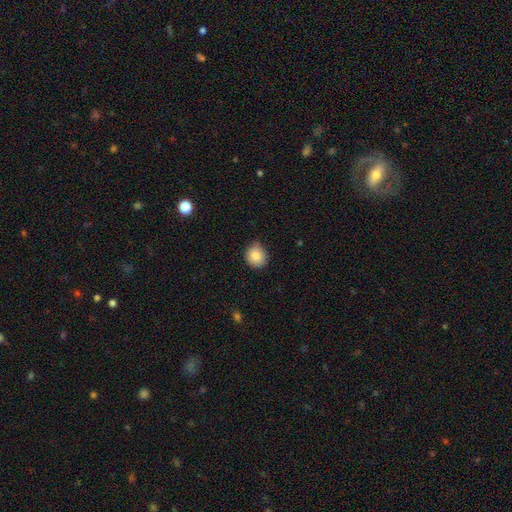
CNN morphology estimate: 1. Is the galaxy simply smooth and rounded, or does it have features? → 84% smooth, 9% star or artifact, 7% featured or disk.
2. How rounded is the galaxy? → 84% round, 15% in between, 1% cigar-shaped.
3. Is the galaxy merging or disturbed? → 80% none, 17% minor disturbance, 2% major disturbance, 1% merger.